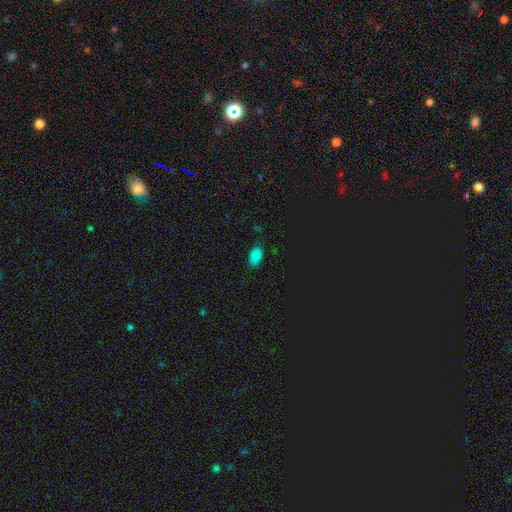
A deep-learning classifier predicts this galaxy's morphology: Q: Smooth or featured?
A: smooth (74%); runner-up: star or artifact (21%)
Q: How rounded?
A: in between (90%); runner-up: round (8%)
Q: Merging?
A: none (73%); runner-up: minor disturbance (20%)